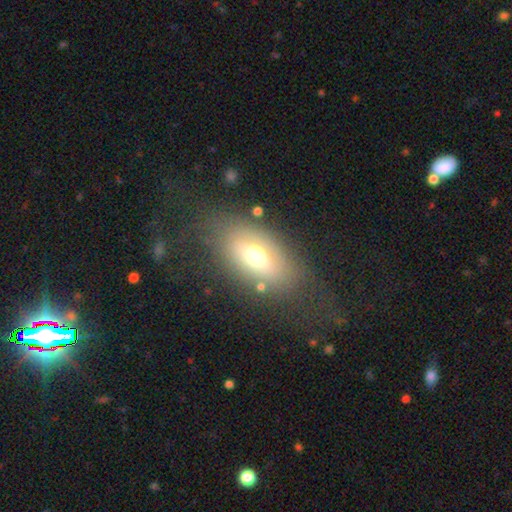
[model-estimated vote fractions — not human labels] Smooth or featured: smooth — 55% (featured or disk — 34%)
How rounded: in between — 85% (round — 11%)
Merging: none — 63% (minor disturbance — 19%)